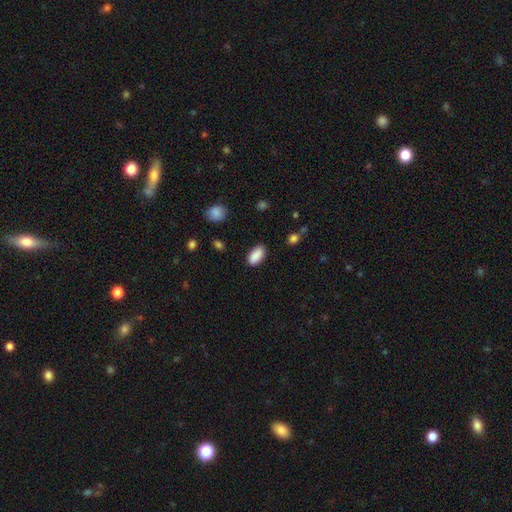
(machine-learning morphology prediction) A smooth galaxy with no disk features (89%) that is in between round and cigar-shaped (92%). Merging: none (86%).